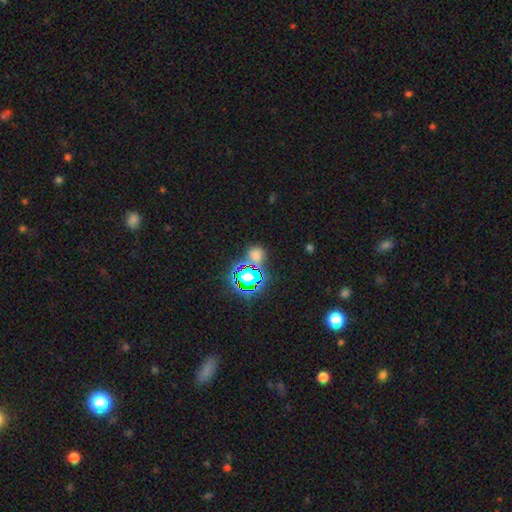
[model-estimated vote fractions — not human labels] A star or artifact, not a galaxy (51%).